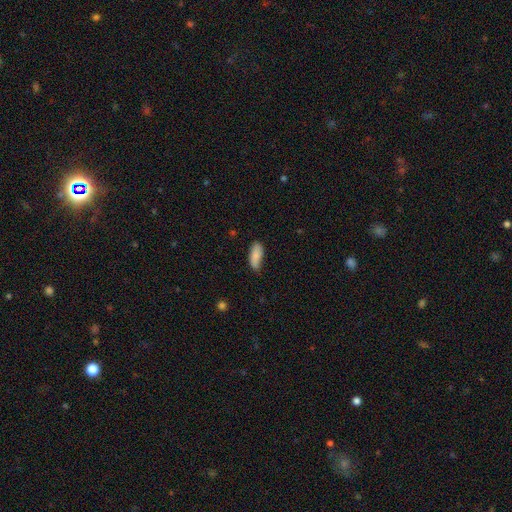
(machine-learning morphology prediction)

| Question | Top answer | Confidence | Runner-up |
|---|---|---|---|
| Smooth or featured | smooth | 85% | featured or disk (9%) |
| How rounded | in between | 75% | cigar-shaped (23%) |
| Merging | none | 64% | minor disturbance (29%) |